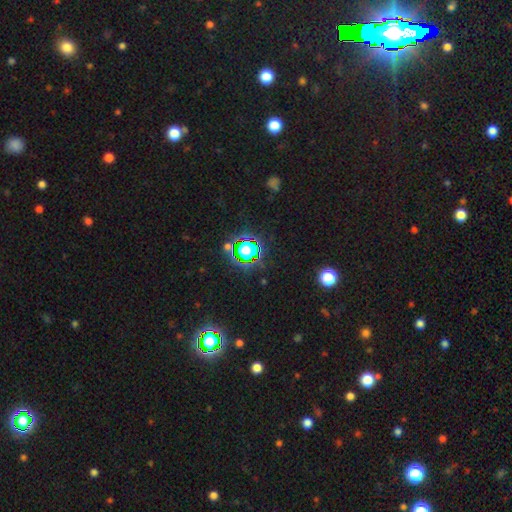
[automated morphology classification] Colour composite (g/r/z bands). It shows a star or artifact, not a galaxy (79%).